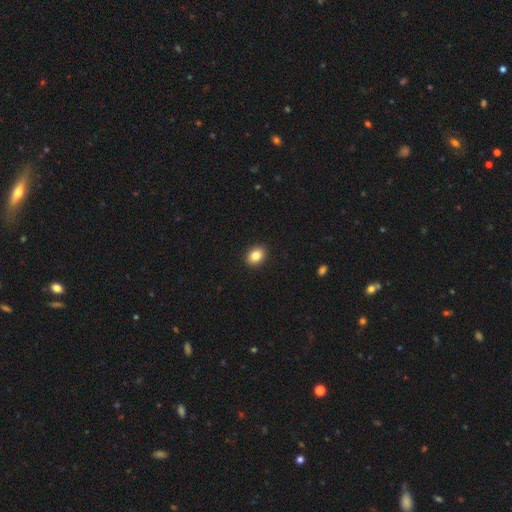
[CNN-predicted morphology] smooth_or_featured: smooth (p=0.84) [alt: star or artifact p=0.09]
how_rounded: in between (p=0.58) [alt: round p=0.41]
merging: none (p=0.92) [alt: minor disturbance p=0.06]